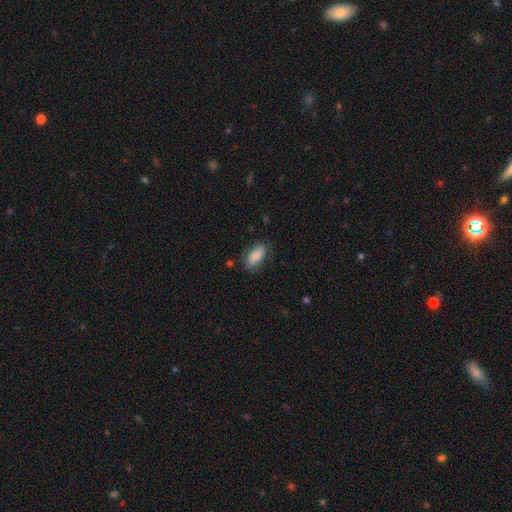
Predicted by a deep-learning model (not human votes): A smooth galaxy with no disk features (80%) that is in between round and cigar-shaped (90%). Merging: none (75%).